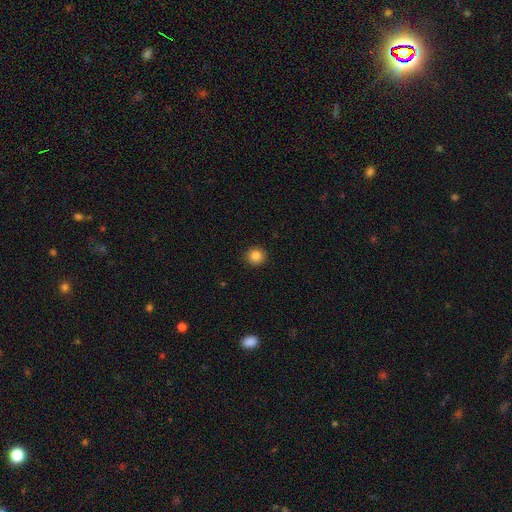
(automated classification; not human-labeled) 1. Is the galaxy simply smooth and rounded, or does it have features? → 85% smooth, 10% star or artifact, 4% featured or disk.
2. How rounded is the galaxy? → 93% round, 6% in between, 1% cigar-shaped.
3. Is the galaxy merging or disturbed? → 92% none, 5% minor disturbance, 2% major disturbance, 1% merger.